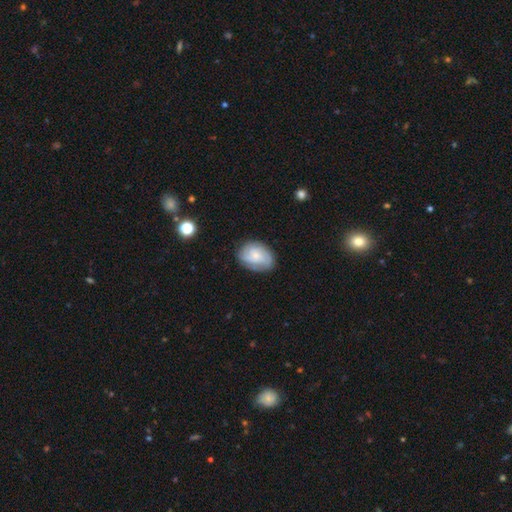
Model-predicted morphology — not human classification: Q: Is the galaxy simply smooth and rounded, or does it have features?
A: featured or disk — 53%.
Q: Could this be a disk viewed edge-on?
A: no — 97%.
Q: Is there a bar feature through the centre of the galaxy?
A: no — 71%.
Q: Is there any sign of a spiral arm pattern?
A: yes — 86%.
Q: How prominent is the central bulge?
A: small — 64%.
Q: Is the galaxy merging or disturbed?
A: none — 75%.